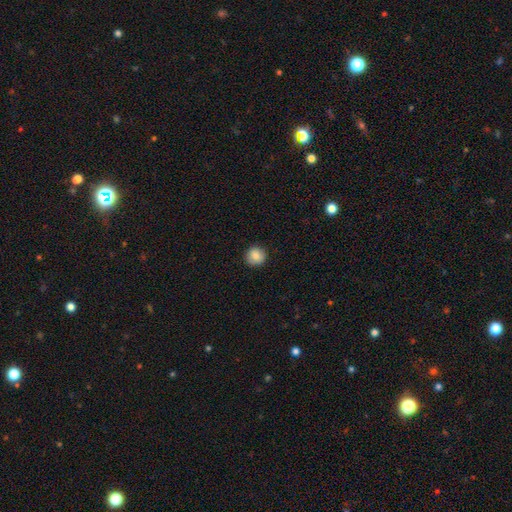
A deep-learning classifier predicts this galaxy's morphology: A smooth galaxy with no disk features (86%) that is round (93%).

Vote fractions:
- Smooth or featured? smooth: 86% / star or artifact: 9% / featured or disk: 6%
- How rounded? round: 93% / in between: 6% / cigar-shaped: 1%
- Merging? none: 91% / minor disturbance: 7% / major disturbance: 2% / merger: 1%